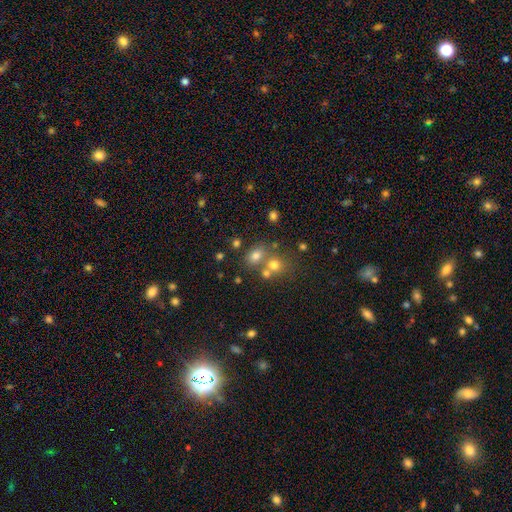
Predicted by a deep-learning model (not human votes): A smooth galaxy with no disk features (70%) that is in between round and cigar-shaped (54%).

Vote fractions:
- Smooth or featured? smooth: 70% / star or artifact: 18% / featured or disk: 12%
- How rounded? in between: 54% / round: 44% / cigar-shaped: 1%
- Merging? none: 52% / merger: 32% / minor disturbance: 11% / major disturbance: 5%